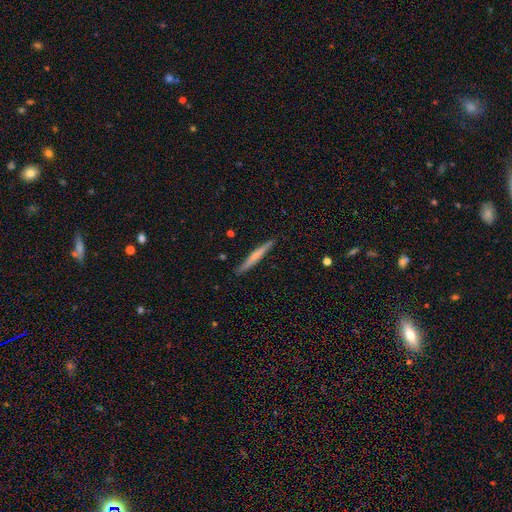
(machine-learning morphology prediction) smooth_or_featured: featured or disk (p=0.49) [alt: smooth p=0.46]
merging: none (p=0.89) [alt: minor disturbance p=0.08]